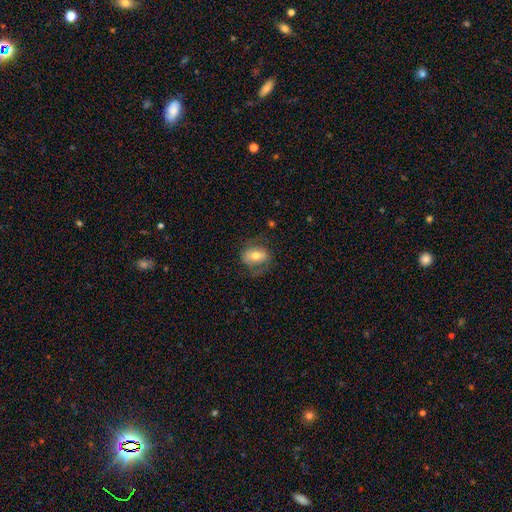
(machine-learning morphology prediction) Smooth or featured?
  - smooth: 54% *
  - featured or disk: 39%
  - star or artifact: 7%
How rounded?
  - in between: 69% *
  - round: 28%
  - cigar-shaped: 2%
Merging?
  - none: 62% *
  - minor disturbance: 22%
  - major disturbance: 15%
  - merger: 1%